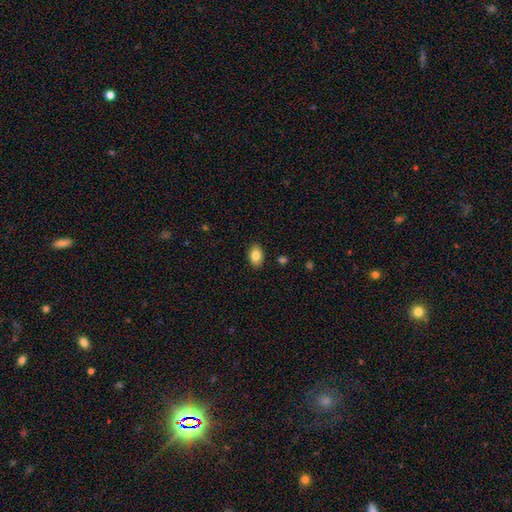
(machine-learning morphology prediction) A smooth galaxy with no disk features (82%) that is in between round and cigar-shaped (81%).

Vote fractions:
- Smooth or featured? smooth: 82% / featured or disk: 10% / star or artifact: 8%
- How rounded? in between: 81% / round: 18% / cigar-shaped: 1%
- Merging? none: 88% / minor disturbance: 9% / major disturbance: 2% / merger: 1%